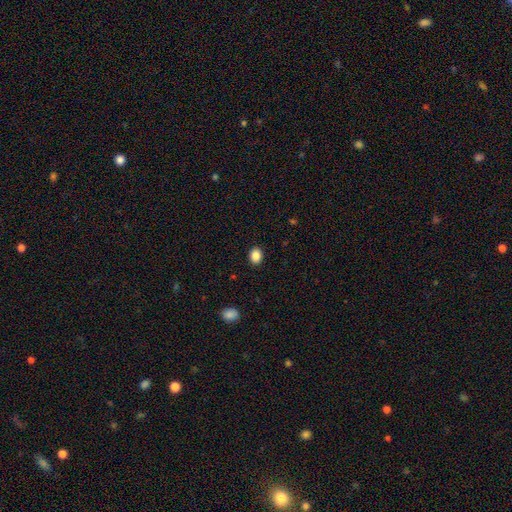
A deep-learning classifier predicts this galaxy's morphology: Smooth or featured? smooth (87%)
How rounded? in between (56%)
Merging? none (90%)